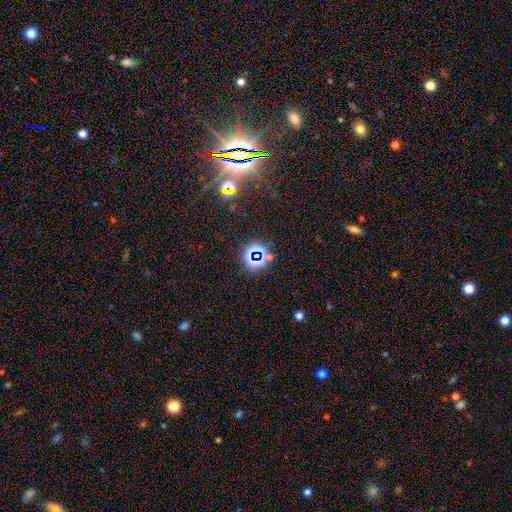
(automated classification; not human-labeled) Morphology: type=star or artifact (72%).